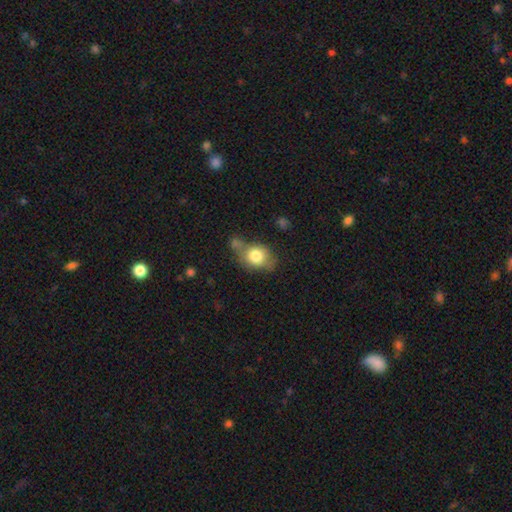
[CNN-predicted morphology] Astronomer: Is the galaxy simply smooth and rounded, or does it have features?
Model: smooth — 76%.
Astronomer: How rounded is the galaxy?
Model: in between — 57% (runner-up: round, 41%).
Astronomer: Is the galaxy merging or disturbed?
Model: none — 45% (runner-up: minor disturbance, 25%).